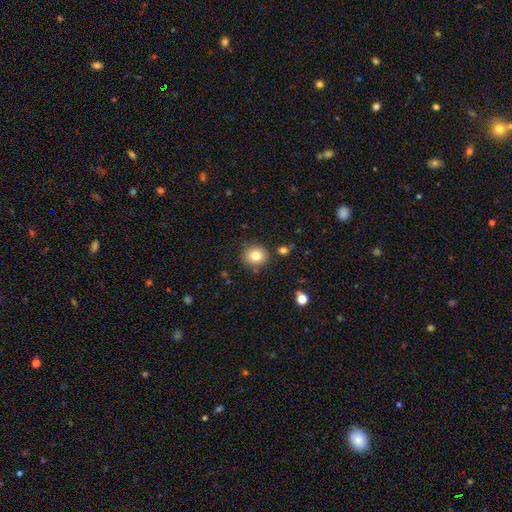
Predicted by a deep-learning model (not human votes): Smooth or featured: smooth — 81% (star or artifact — 11%)
How rounded: round — 79% (in between — 20%)
Merging: none — 84% (minor disturbance — 10%)